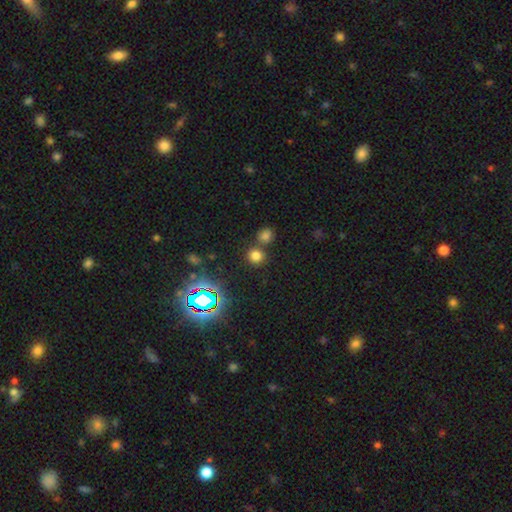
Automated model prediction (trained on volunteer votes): Overall: smooth (70%). How rounded: round (89%). Merging: none (69%).